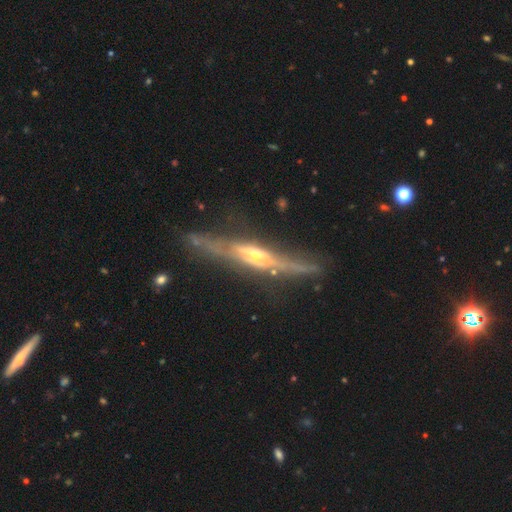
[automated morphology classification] type=featured or disk (85%); edge-on=yes (91%); edge-on bulge=rounded (75%); merging=none (73%).